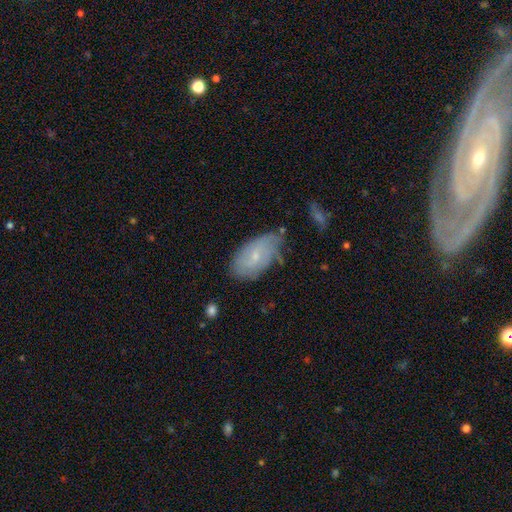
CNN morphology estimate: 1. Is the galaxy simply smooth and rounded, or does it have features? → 48% featured or disk, 44% smooth, 8% star or artifact.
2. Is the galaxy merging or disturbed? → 60% none, 29% minor disturbance, 8% major disturbance, 3% merger.